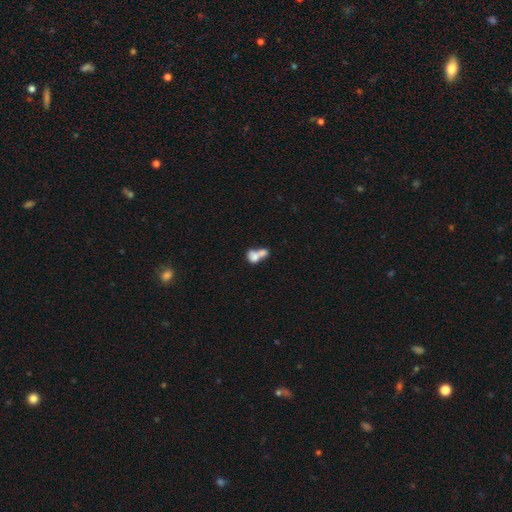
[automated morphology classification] Smooth or featured?
  - smooth: 71% *
  - featured or disk: 20%
  - star or artifact: 9%
How rounded?
  - in between: 63% *
  - round: 34%
  - cigar-shaped: 3%
Merging?
  - merger: 73% *
  - none: 15%
  - minor disturbance: 6%
  - major disturbance: 6%